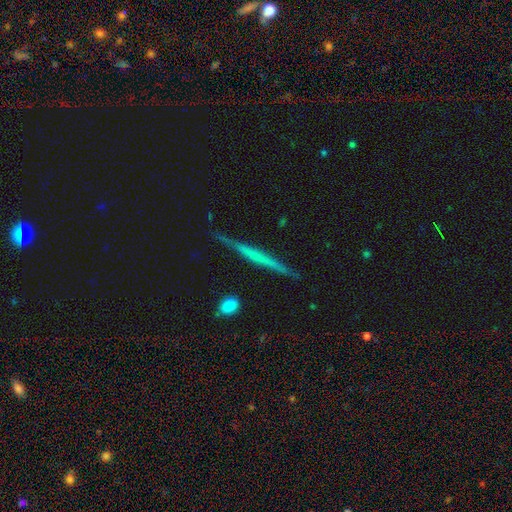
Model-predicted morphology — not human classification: featured or disk 58%, smooth 33%, star or artifact 9%. Down the decision tree: edge-on disk — yes (97%); edge-on bulge — none (82%); merging — none (90%).